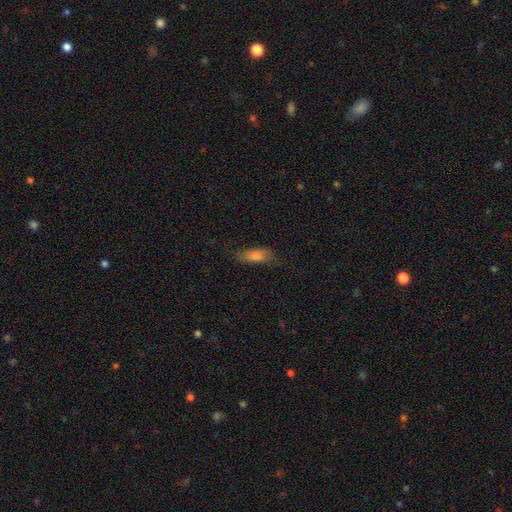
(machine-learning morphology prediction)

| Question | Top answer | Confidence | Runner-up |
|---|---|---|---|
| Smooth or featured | smooth | 70% | featured or disk (21%) |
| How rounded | in between | 58% | cigar-shaped (39%) |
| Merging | none | 71% | minor disturbance (20%) |